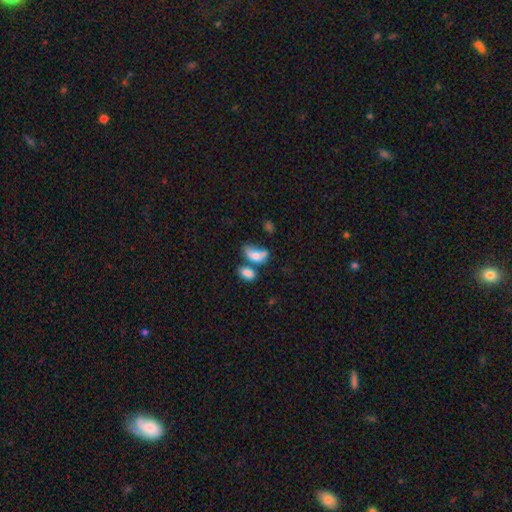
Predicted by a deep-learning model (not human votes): Smooth or featured?
  - smooth: 74% *
  - featured or disk: 16%
  - star or artifact: 9%
How rounded?
  - in between: 87% *
  - round: 10%
  - cigar-shaped: 4%
Merging?
  - merger: 45% *
  - none: 24%
  - minor disturbance: 18%
  - major disturbance: 14%